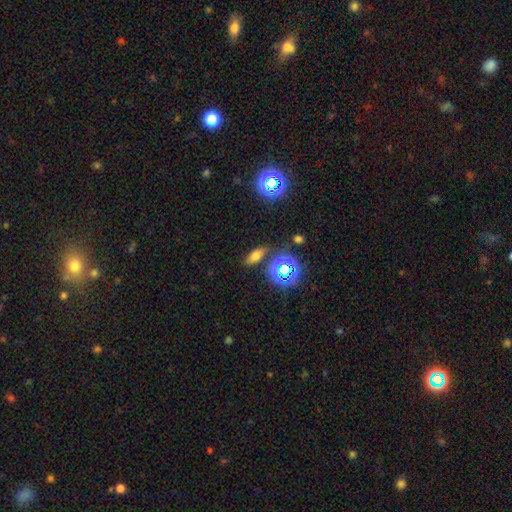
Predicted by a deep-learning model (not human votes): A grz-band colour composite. It shows a smooth galaxy with no disk features (62%) that is in between round and cigar-shaped (72%). Merging: none (81%).